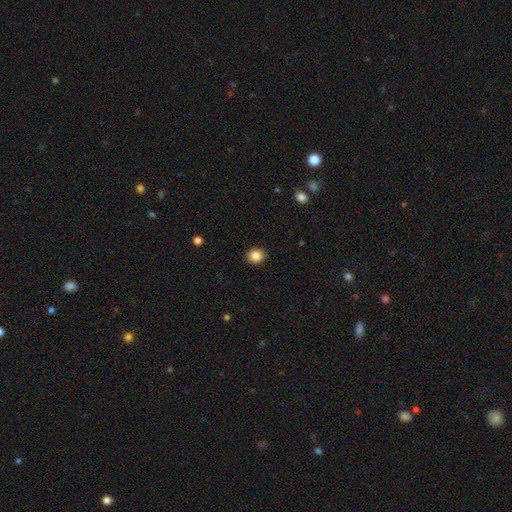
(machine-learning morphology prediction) smooth-or-featured: smooth: 86% | star or artifact: 10% | featured or disk: 5%
  how-rounded: round: 66% | in between: 33% | cigar-shaped: 1%
  merging: none: 90% | minor disturbance: 7% | major disturbance: 2% | merger: 1%